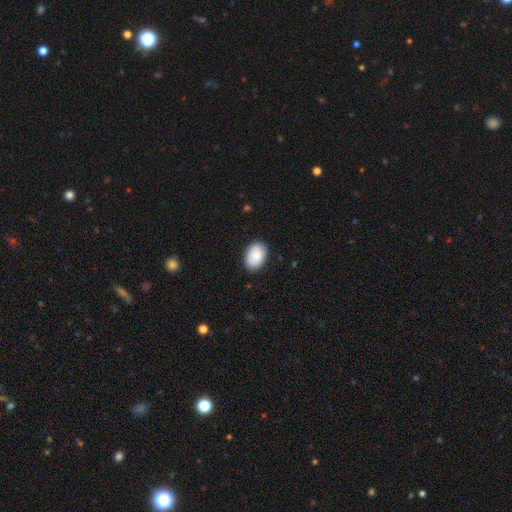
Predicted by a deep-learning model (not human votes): Smooth or featured? smooth (82%)
How rounded? in between (83%)
Merging? none (86%)